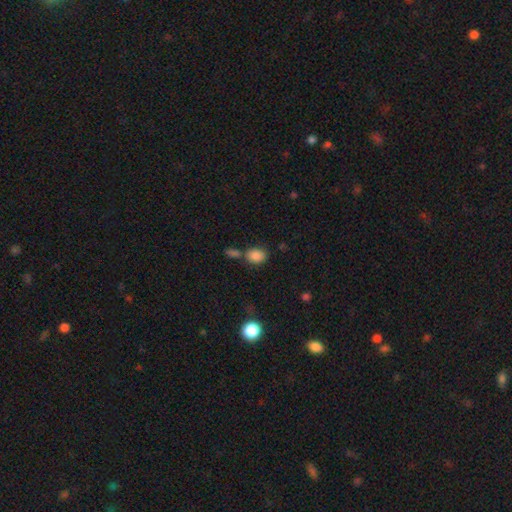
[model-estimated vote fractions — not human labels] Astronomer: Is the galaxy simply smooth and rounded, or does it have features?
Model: smooth — 85%.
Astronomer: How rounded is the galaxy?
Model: in between — 63%.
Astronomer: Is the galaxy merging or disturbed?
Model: none — 56%.